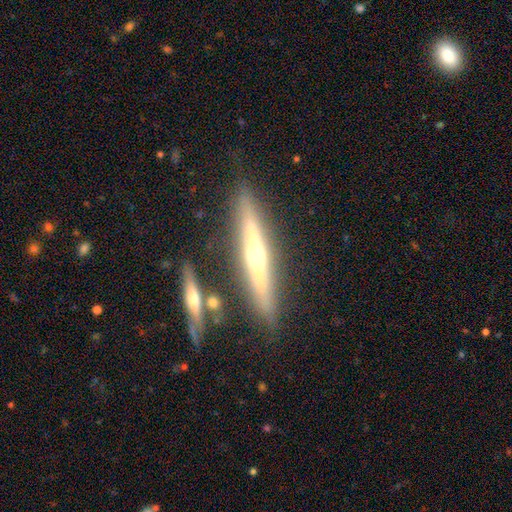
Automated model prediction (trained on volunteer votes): Smooth or featured: featured or disk — 72% (smooth — 21%)
Edge-on disk: yes — 95% (no — 5%)
Edge-on bulge: rounded — 87% (none — 8%)
Merging: none — 80% (minor disturbance — 10%)